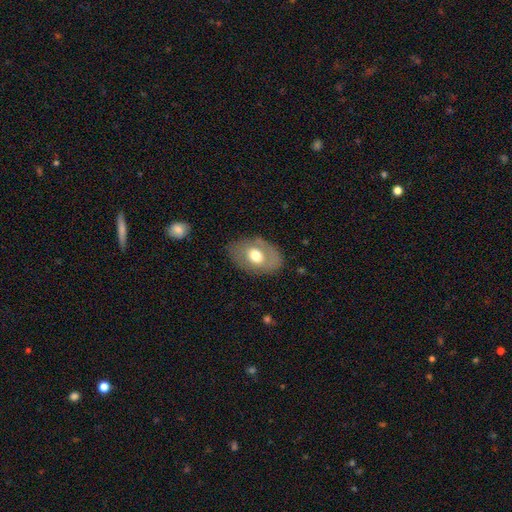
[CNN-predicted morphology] smooth 56%, featured or disk 37%, star or artifact 7%. Down the decision tree: how rounded — in between (82%); merging — none (73%).